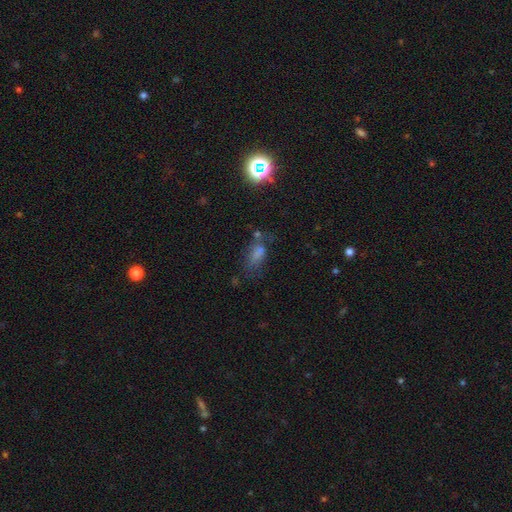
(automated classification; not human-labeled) Smooth or featured: smooth — 48% (star or artifact — 34%)
Merging: none — 56% (minor disturbance — 21%)